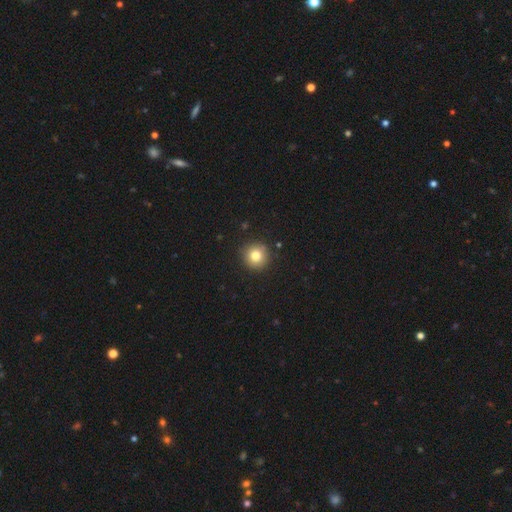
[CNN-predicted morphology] smooth-or-featured: smooth: 80% | star or artifact: 12% | featured or disk: 9%
  how-rounded: round: 95% | in between: 5% | cigar-shaped: 1%
  merging: none: 91% | minor disturbance: 6% | major disturbance: 2% | merger: 1%